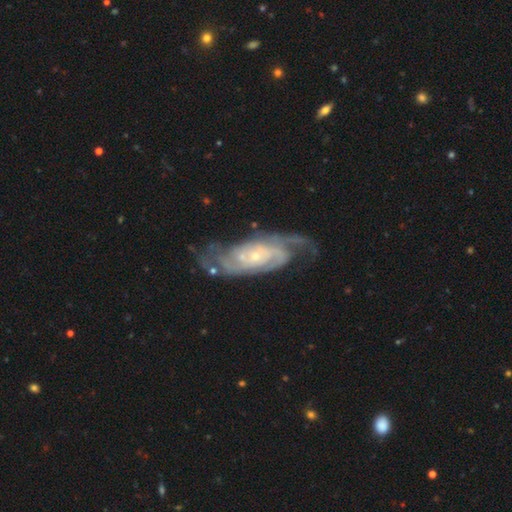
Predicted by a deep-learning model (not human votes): Overall: featured or disk (88%). Edge-on disk: no (93%). Bar: no (68%). Spiral arms: yes (96%). Spiral arm count: 2 (42%; can't tell 24%). Spiral winding: tight (58%; medium 34%). Bulge size: small (76%). Merging: none (67%).